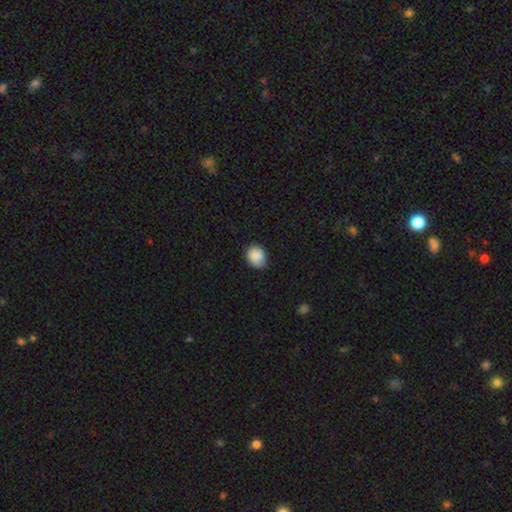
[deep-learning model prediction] Smooth or featured: smooth — 87% (star or artifact — 7%)
How rounded: in between — 52% (round — 47%)
Merging: none — 76% (minor disturbance — 19%)